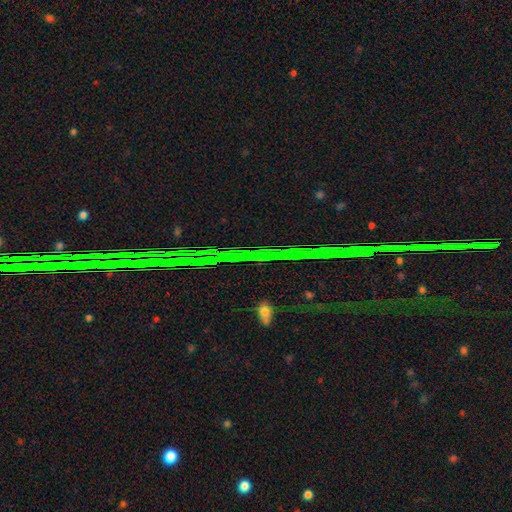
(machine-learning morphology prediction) The model was most divided on "smooth or featured": star or artifact: 86%, featured or disk: 8%, smooth: 6%.